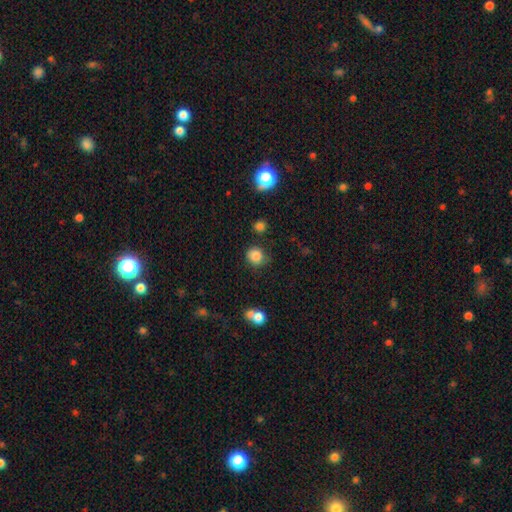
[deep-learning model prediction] smooth 83%, star or artifact 12%, featured or disk 5%. Down the decision tree: how rounded — round (80%); merging — none (72%).